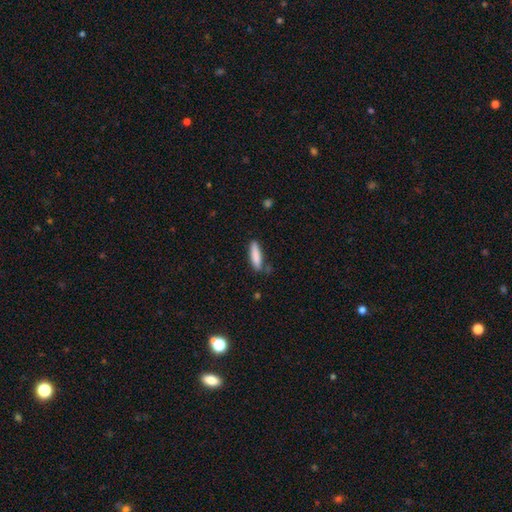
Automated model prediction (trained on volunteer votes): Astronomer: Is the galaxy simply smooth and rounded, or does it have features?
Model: smooth — 84%.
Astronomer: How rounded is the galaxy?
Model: cigar-shaped — 72%.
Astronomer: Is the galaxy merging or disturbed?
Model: none — 74%.